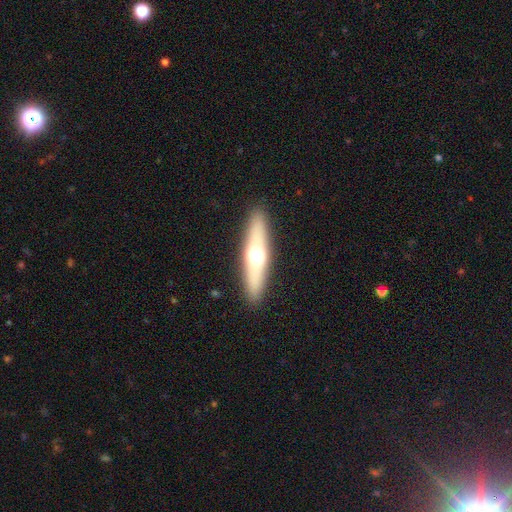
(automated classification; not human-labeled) Smooth or featured? smooth (48%)
Merging? none (90%)